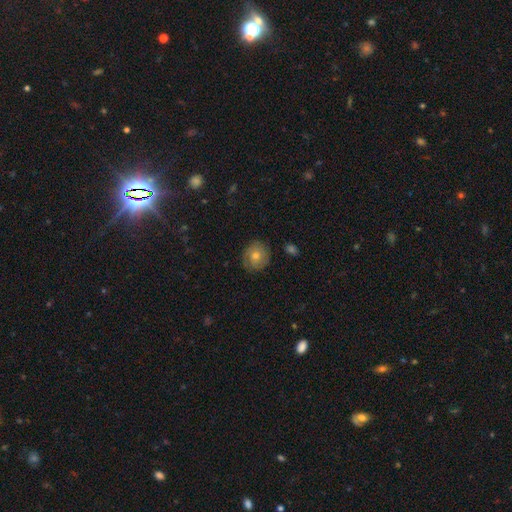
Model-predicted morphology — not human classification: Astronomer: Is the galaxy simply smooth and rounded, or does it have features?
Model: featured or disk — 44%, tied with smooth at 44%.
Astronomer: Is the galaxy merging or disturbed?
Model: none — 82%.